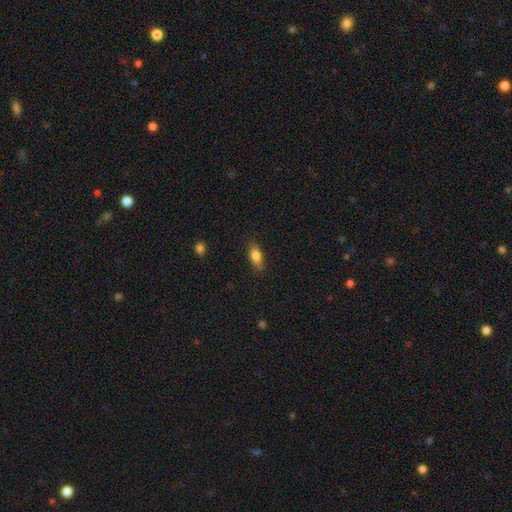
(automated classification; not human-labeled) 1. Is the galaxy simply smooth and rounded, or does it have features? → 77% smooth, 16% featured or disk, 7% star or artifact.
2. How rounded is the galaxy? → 75% in between, 21% cigar-shaped, 4% round.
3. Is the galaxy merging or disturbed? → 84% none, 12% minor disturbance, 3% major disturbance, 1% merger.